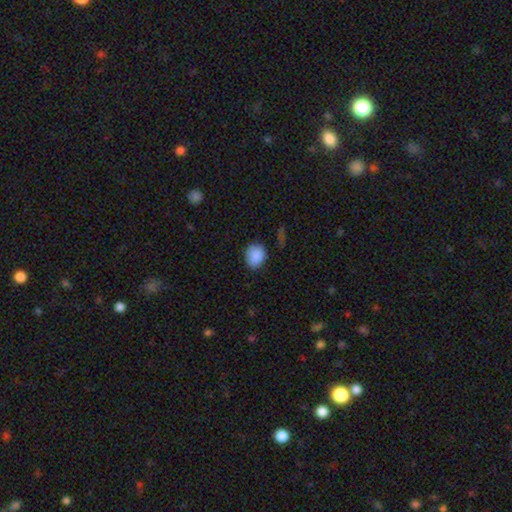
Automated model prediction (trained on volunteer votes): The model was most divided on "how rounded": round: 64%, in between: 35%, cigar-shaped: 1%. More confident: smooth or featured — smooth (88%); merging — none (78%).